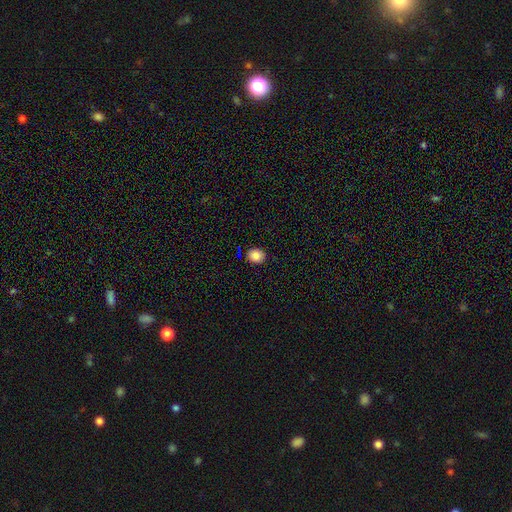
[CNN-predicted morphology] A smooth galaxy with no disk features (85%) that is round (68%).

Vote fractions:
- Smooth or featured? smooth: 85% / star or artifact: 10% / featured or disk: 6%
- How rounded? round: 68% / in between: 31% / cigar-shaped: 1%
- Merging? none: 88% / minor disturbance: 8% / merger: 2% / major disturbance: 2%